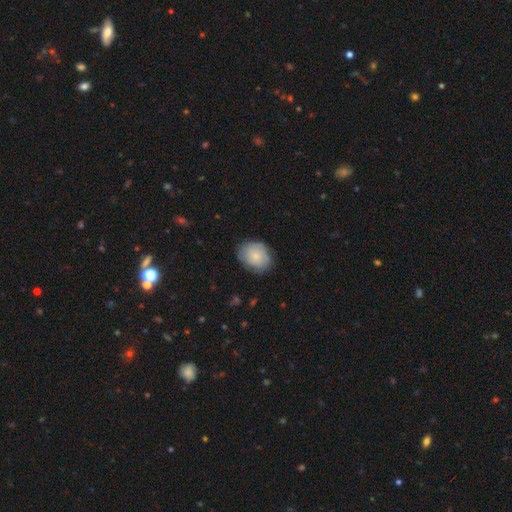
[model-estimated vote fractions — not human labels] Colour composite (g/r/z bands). It shows a smooth galaxy with no disk features (72%) that is round (51%). Merging: none (76%).